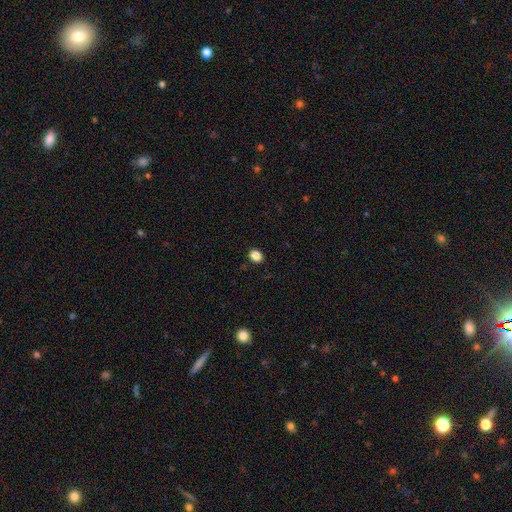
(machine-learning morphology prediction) Smooth or featured?
  - smooth: 86% *
  - star or artifact: 11%
  - featured or disk: 3%
How rounded?
  - round: 57% *
  - in between: 42%
  - cigar-shaped: 1%
Merging?
  - none: 90% *
  - minor disturbance: 7%
  - major disturbance: 2%
  - merger: 1%